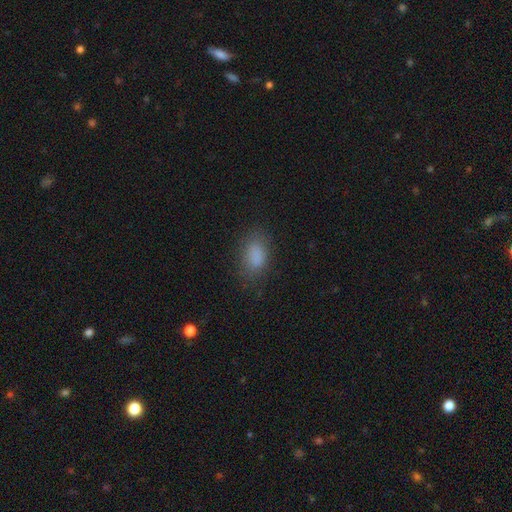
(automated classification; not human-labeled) Q: Smooth or featured?
A: smooth (84%); runner-up: star or artifact (10%)
Q: How rounded?
A: in between (87%); runner-up: round (10%)
Q: Merging?
A: none (76%); runner-up: minor disturbance (17%)